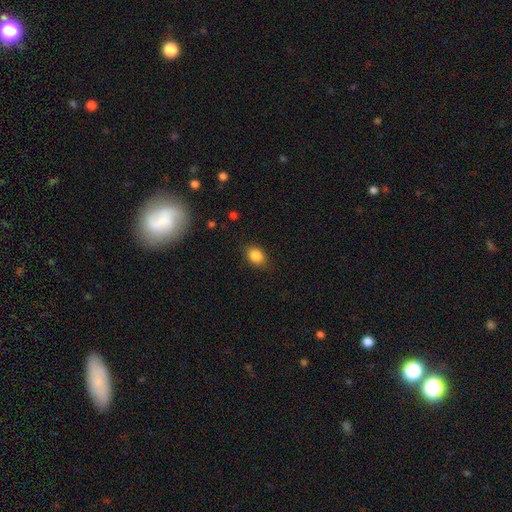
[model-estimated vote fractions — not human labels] Q: Smooth or featured?
A: smooth (86%); runner-up: star or artifact (9%)
Q: How rounded?
A: in between (65%); runner-up: round (34%)
Q: Merging?
A: none (82%); runner-up: minor disturbance (13%)